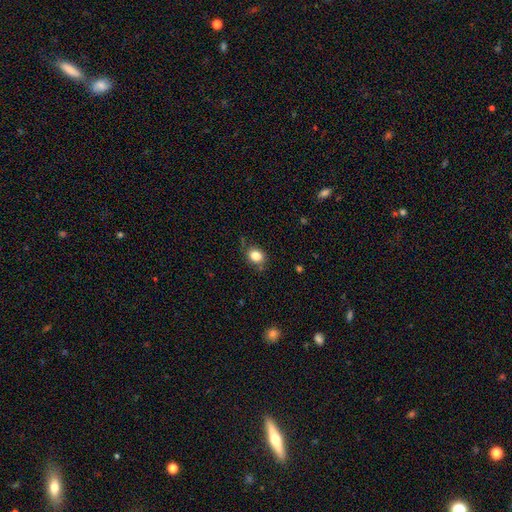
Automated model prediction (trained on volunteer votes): Morphology: type=smooth (83%); roundness=round (52%); merging=none (75%).